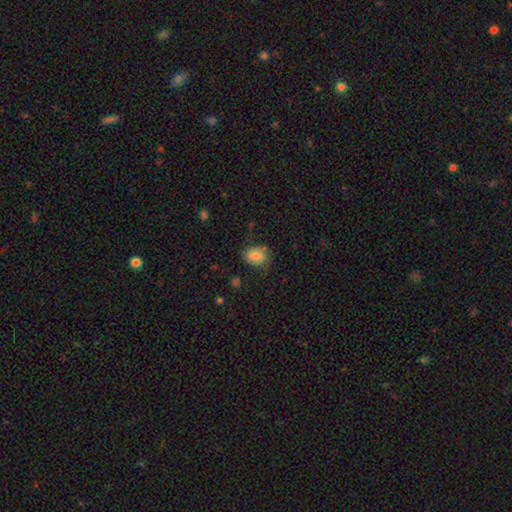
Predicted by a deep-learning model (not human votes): A smooth galaxy with no disk features (64%) that is in between round and cigar-shaped (57%). Merging: none (65%).